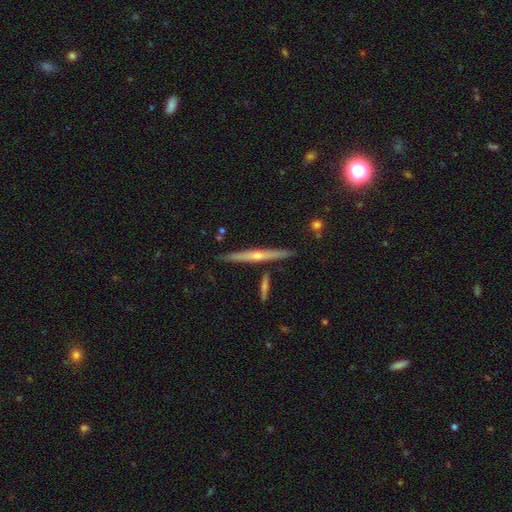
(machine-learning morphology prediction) This is likely a featured or disk galaxy (73%). It is clearly viewed edge-on (97%). Edge-on bulge: likely rounded (74%). Merging: clearly none (86%).